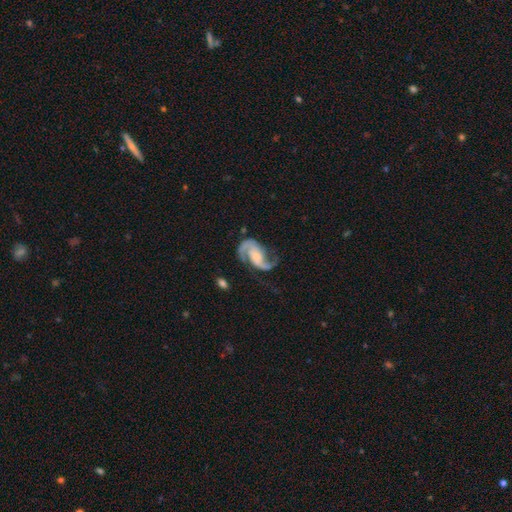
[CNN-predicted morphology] Q: Smooth or featured?
A: featured or disk (89%); runner-up: smooth (6%)
Q: Edge-on disk?
A: no (98%); runner-up: yes (2%)
Q: Bar?
A: no (50%); runner-up: weak (35%)
Q: Spiral arms?
A: yes (97%); runner-up: no (3%)
Q: Spiral winding?
A: medium (47%); runner-up: loose (39%)
Q: Spiral arm count?
A: 2 (89%); runner-up: 1 (6%)
Q: Bulge size?
A: small (34%); runner-up: none (28%)
Q: Merging?
A: none (57%); runner-up: major disturbance (20%)